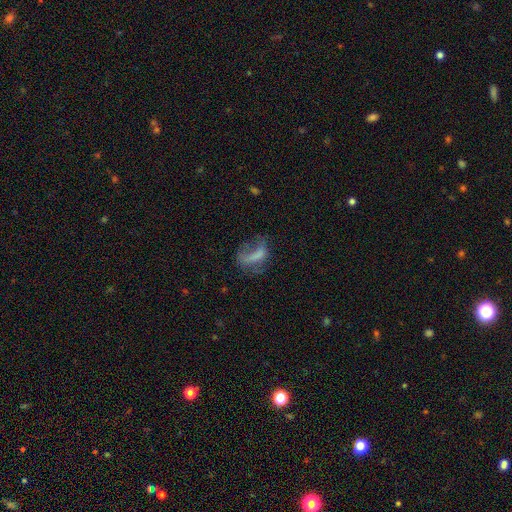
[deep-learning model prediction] This is possibly a smooth galaxy (52%). How rounded: likely in between (69%). Merging: possibly major disturbance (47%).